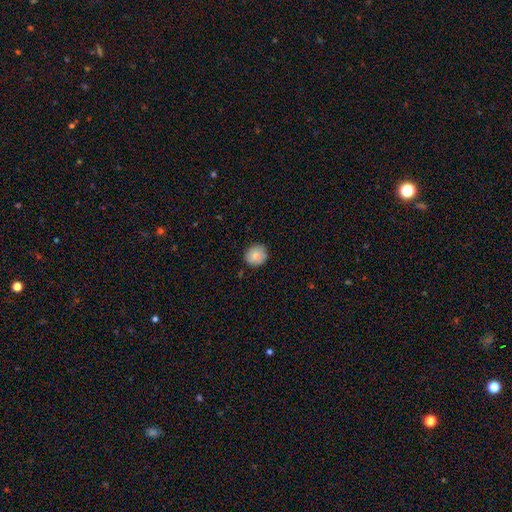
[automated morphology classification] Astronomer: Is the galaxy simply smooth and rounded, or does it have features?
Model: smooth — 81%.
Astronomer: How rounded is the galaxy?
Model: round — 83%.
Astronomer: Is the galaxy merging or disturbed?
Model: none — 85%.